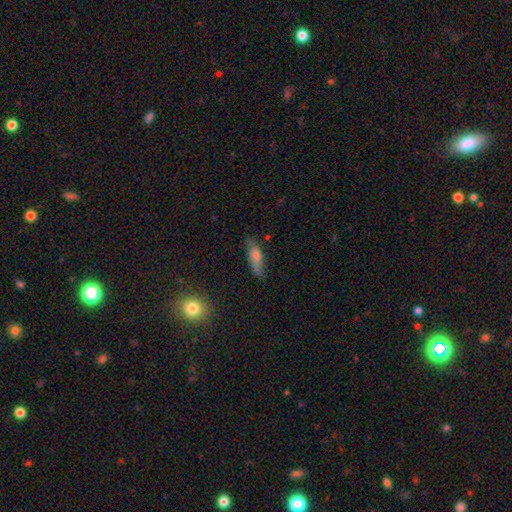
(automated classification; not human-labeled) smooth 63%, featured or disk 28%, star or artifact 9%. Down the decision tree: how rounded — cigar-shaped (51%); merging — none (73%).